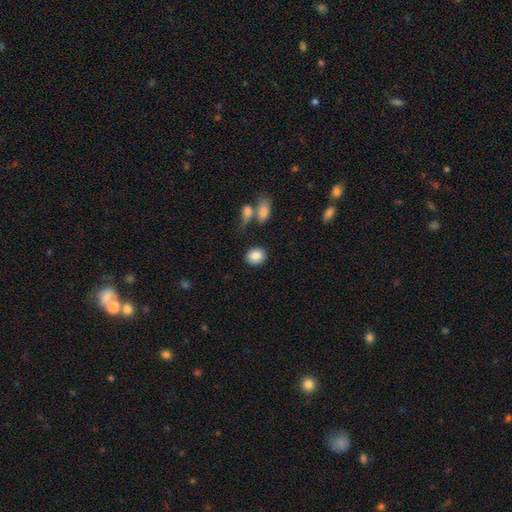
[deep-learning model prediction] Morphology: type=smooth (87%); roundness=round (58%); merging=none (81%).